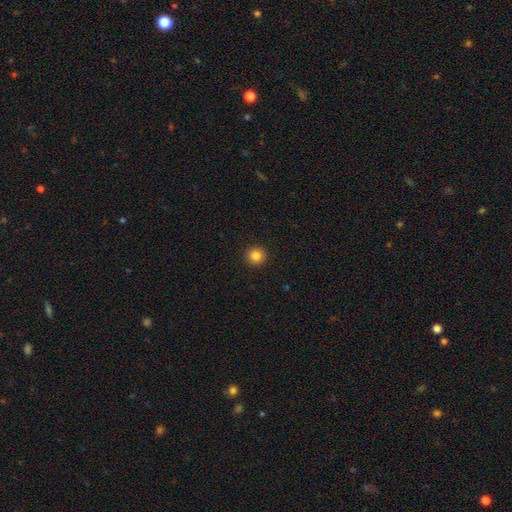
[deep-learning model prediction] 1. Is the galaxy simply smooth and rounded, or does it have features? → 83% smooth, 12% star or artifact, 5% featured or disk.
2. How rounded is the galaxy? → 95% round, 4% in between, 1% cigar-shaped.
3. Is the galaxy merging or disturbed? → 94% none, 4% minor disturbance, 1% major disturbance, 1% merger.